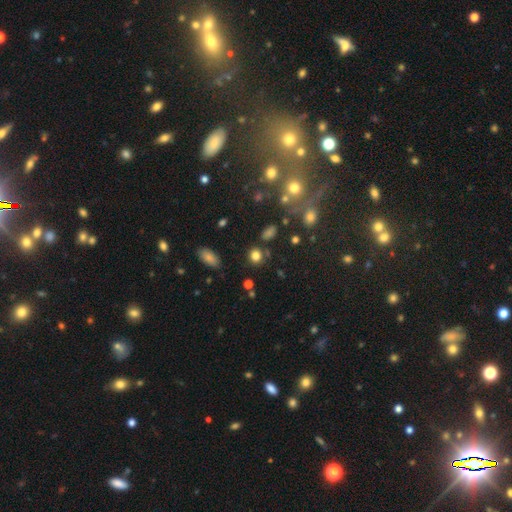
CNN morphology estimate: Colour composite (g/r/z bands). It shows a smooth galaxy with no disk features (79%) that is round (73%). Merging: none (82%).